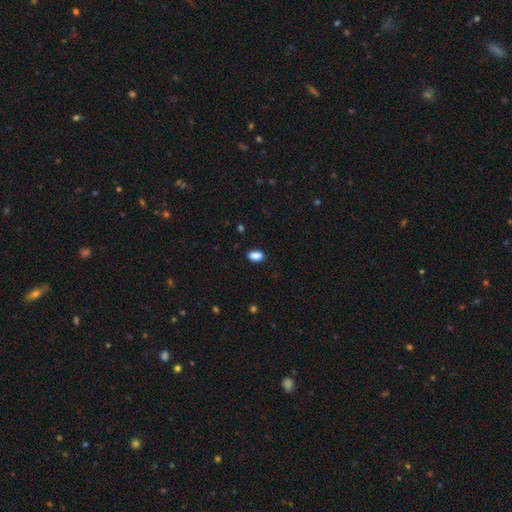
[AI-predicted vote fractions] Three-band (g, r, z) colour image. It shows a smooth galaxy with no disk features (89%) that is in between round and cigar-shaped (91%). Merging: none (87%).